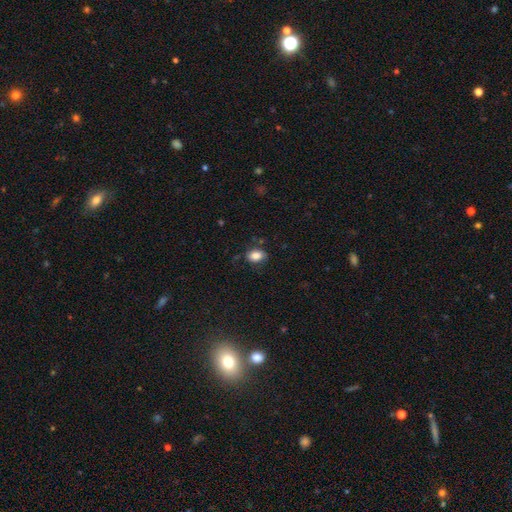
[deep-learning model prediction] Q: Smooth or featured?
A: smooth (85%); runner-up: star or artifact (9%)
Q: How rounded?
A: in between (78%); runner-up: round (20%)
Q: Merging?
A: none (78%); runner-up: minor disturbance (16%)